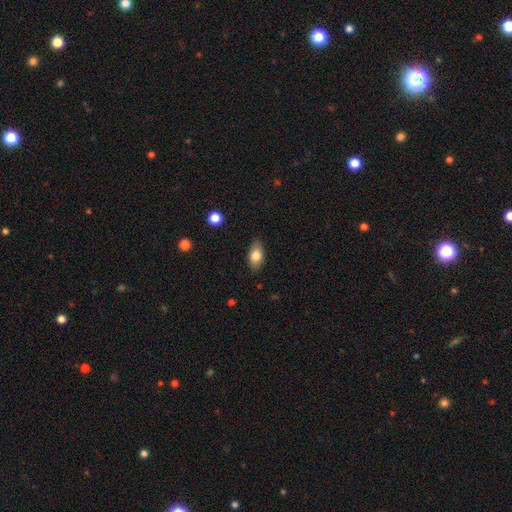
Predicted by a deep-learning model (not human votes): Smooth or featured? smooth (78%)
How rounded? in between (87%)
Merging? none (83%)